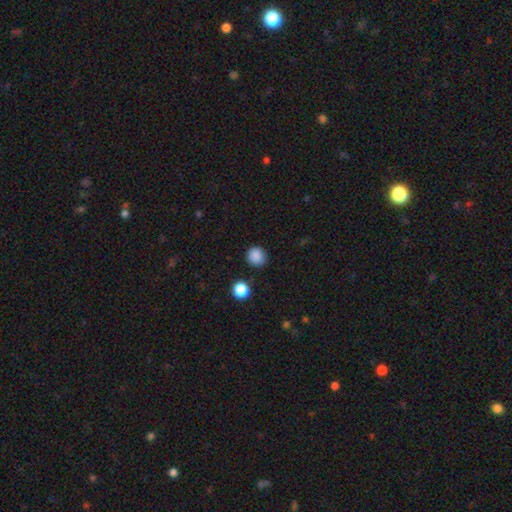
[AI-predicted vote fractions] This appears to be a smooth galaxy with no disk features (86%) that is round (91%). Merging: none (87%).